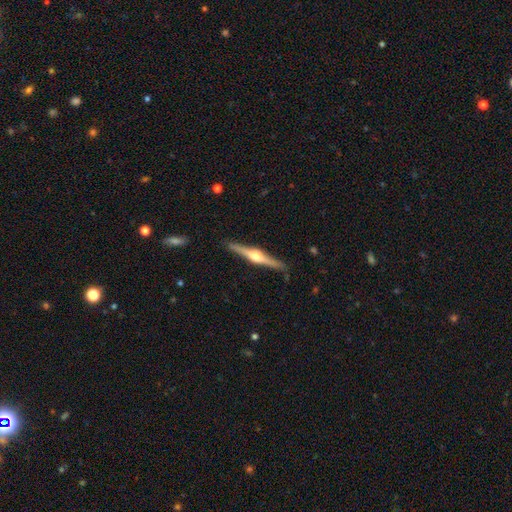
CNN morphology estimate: smooth_or_featured: featured or disk (p=0.80) [alt: smooth p=0.16]
disk_edge_on: yes (p=0.98) [alt: no p=0.02]
edge_on_bulge: rounded (p=0.92) [alt: boxy p=0.05]
merging: none (p=0.90) [alt: minor disturbance p=0.07]